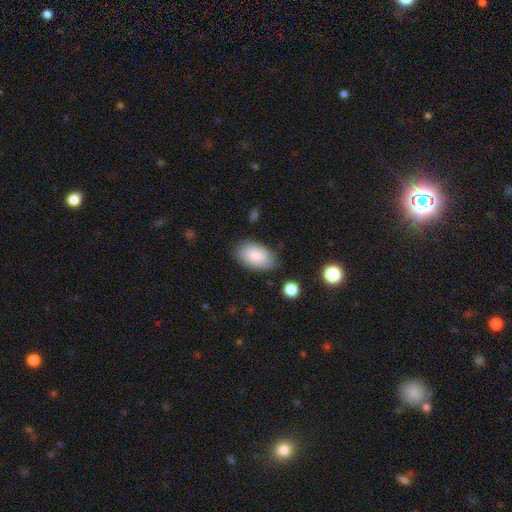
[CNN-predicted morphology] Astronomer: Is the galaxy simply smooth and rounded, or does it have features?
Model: smooth — 79%.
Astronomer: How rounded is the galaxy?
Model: in between — 93%.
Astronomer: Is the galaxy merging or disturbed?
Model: none — 77%.